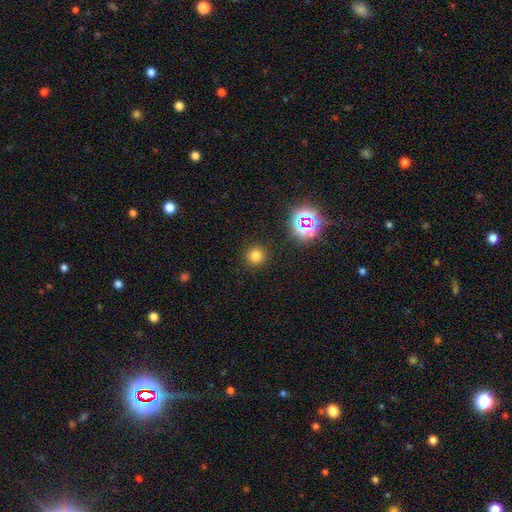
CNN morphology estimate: A smooth galaxy with no disk features (75%) that is round (94%). Merging: none (91%).